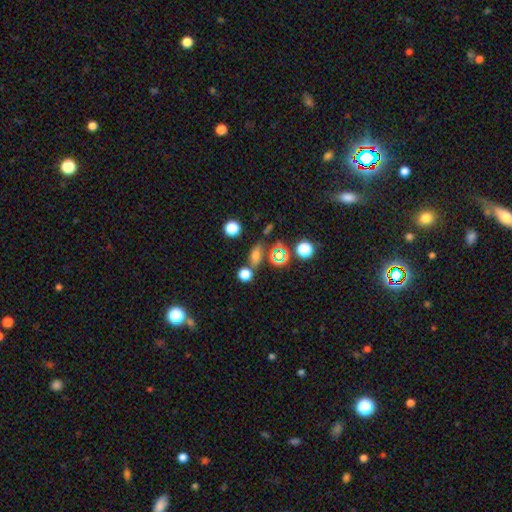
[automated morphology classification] type=smooth (57%); roundness=in between (60%); merging=none (65%).